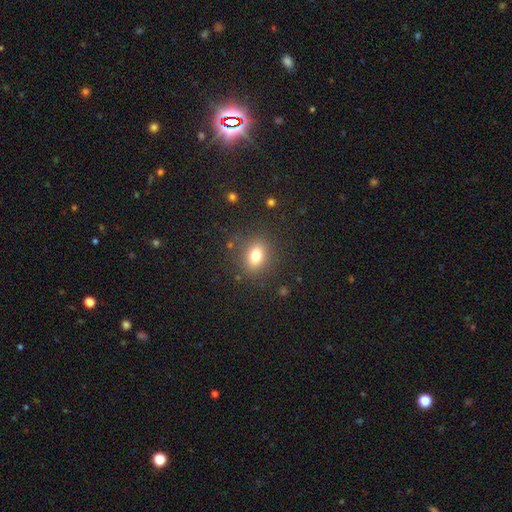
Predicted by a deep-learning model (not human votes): Smooth or featured? Predicted: smooth (p=0.78). How rounded? Predicted: in between (p=0.55). Merging? Predicted: none (p=0.85).